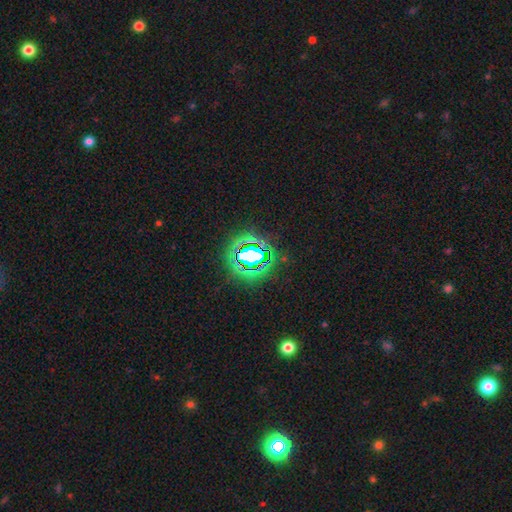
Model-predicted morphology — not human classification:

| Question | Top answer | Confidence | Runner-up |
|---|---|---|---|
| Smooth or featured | star or artifact | 72% | smooth (17%) |